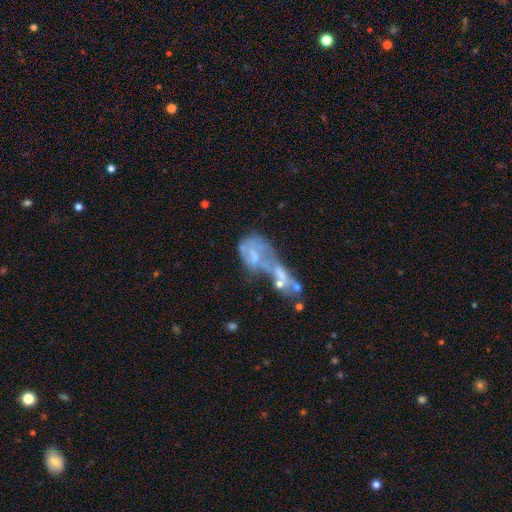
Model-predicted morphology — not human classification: This appears to be a featured or disk galaxy (57%) with no bar (80%), no spiral arms (79%) and no central bulge (39%). Merging: merger (61%).